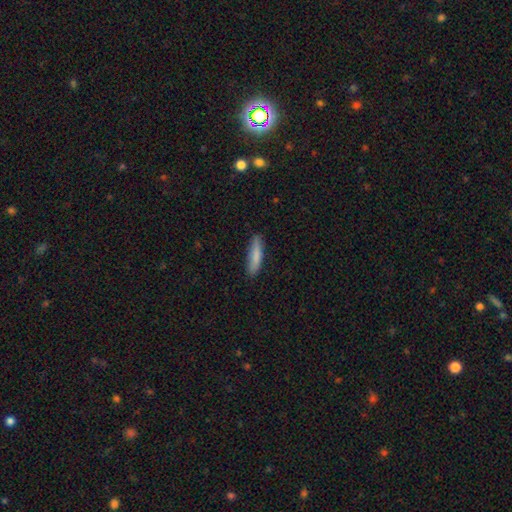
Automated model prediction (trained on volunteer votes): smooth_or_featured: smooth (p=0.83) [alt: featured or disk p=0.11]
how_rounded: cigar-shaped (p=0.77) [alt: in between p=0.22]
merging: none (p=0.85) [alt: minor disturbance p=0.12]